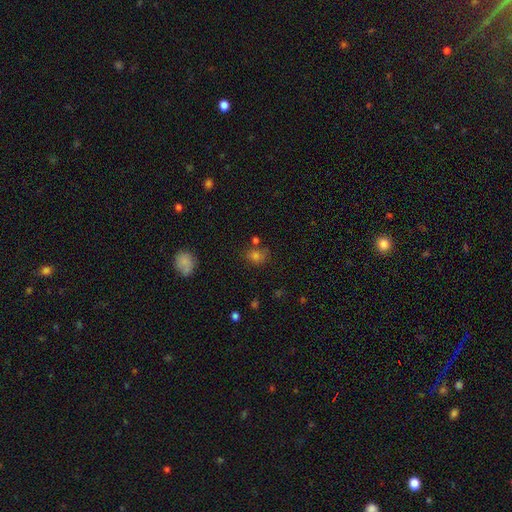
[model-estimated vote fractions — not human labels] A smooth galaxy with no disk features (70%) that is round (62%).

Vote fractions:
- Smooth or featured? smooth: 70% / star or artifact: 21% / featured or disk: 9%
- How rounded? round: 62% / in between: 37% / cigar-shaped: 1%
- Merging? none: 66% / minor disturbance: 16% / merger: 11% / major disturbance: 6%